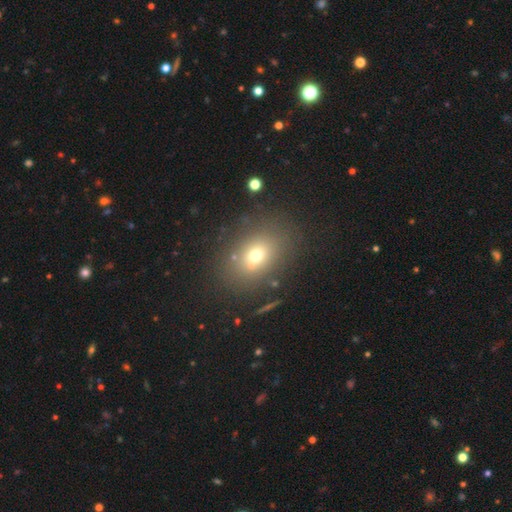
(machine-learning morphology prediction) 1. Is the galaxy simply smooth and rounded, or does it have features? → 68% smooth, 17% star or artifact, 16% featured or disk.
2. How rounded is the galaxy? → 62% in between, 37% round, 1% cigar-shaped.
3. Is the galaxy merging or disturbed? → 79% none, 11% minor disturbance, 6% major disturbance, 4% merger.